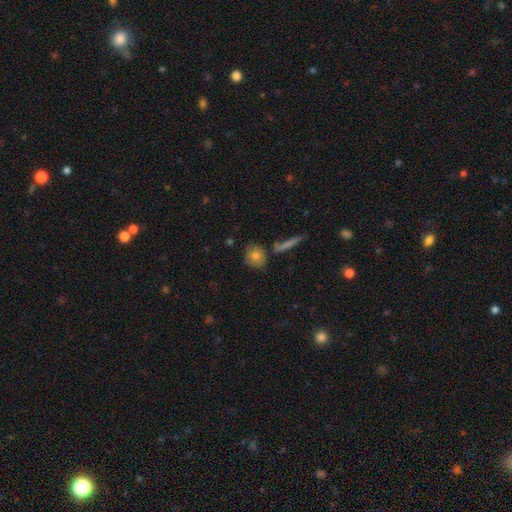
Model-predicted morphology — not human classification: This appears to be a smooth galaxy with no disk features (78%) that is round (75%). Merging: none (75%).